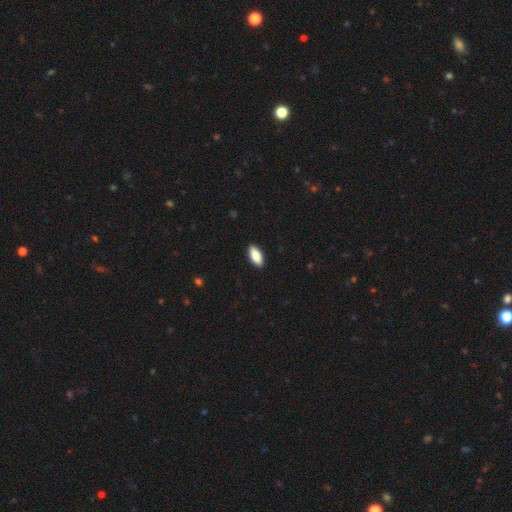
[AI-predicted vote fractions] The model was most divided on "how rounded": in between: 88%, cigar-shaped: 10%, round: 2%. More confident: merging — none (90%); smooth or featured — smooth (88%).